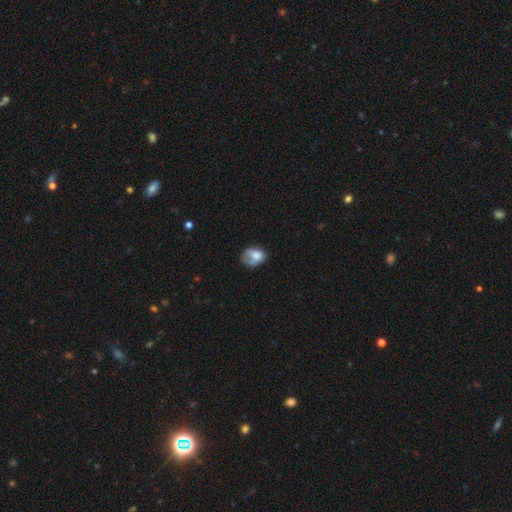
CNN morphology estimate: smooth 66%, featured or disk 25%, star or artifact 9%. Down the decision tree: how rounded — in between (64%); merging — none (33%).